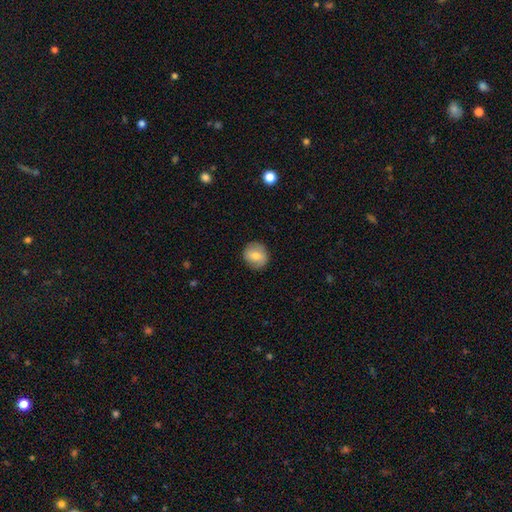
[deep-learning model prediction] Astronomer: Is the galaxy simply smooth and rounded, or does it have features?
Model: smooth — 69%.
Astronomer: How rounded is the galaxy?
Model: round — 85%.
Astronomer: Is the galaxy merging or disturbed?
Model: none — 86%.